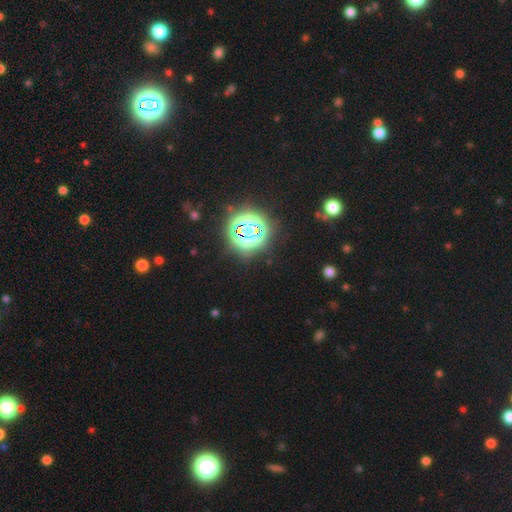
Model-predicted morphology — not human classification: This appears to be a star or artifact, not a galaxy (76%).